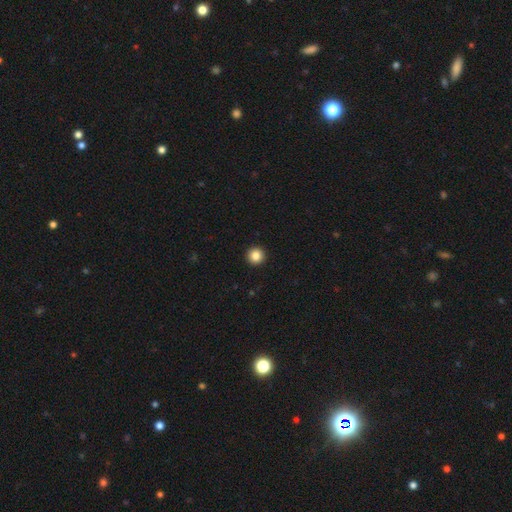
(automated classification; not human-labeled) Overall: smooth (85%). How rounded: round (96%). Merging: none (94%).